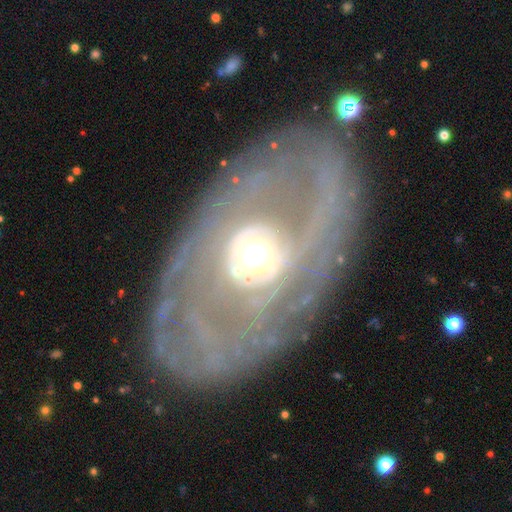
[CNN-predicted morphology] smooth-or-featured: featured or disk: 83% | smooth: 11% | star or artifact: 6%
  disk-edge-on: no: 91% | yes: 9%
    bar: no: 66% | weak: 23% | strong: 11%
    has-spiral-arms: yes: 63% | no: 37%
    bulge-size: moderate: 68% | small: 15% | large: 14% | dominant: 2% | none: 1%
  merging: none: 70% | minor disturbance: 15% | major disturbance: 13% | merger: 3%